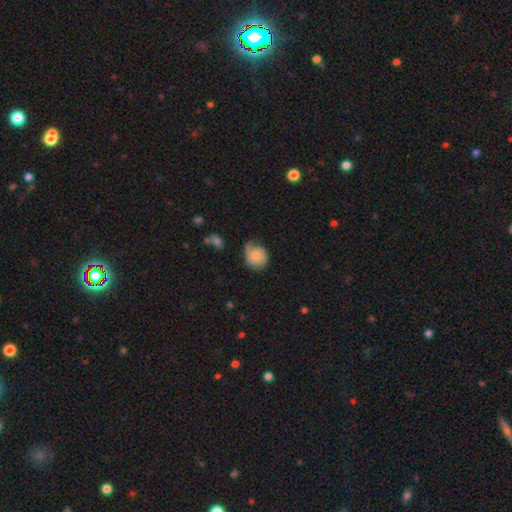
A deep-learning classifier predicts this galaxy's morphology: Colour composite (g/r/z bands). It shows a smooth galaxy with no disk features (69%) that is round (70%). Merging: none (46%).